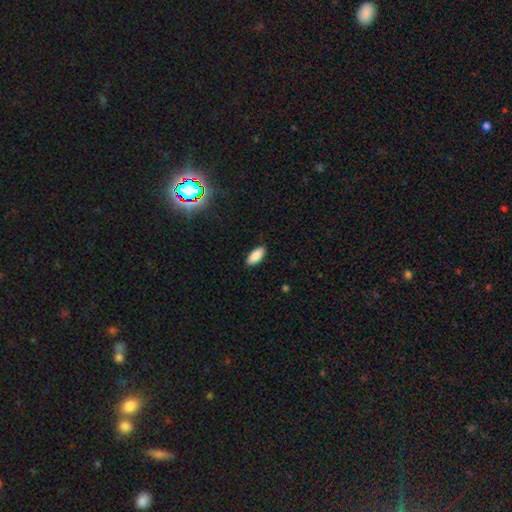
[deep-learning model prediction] A smooth galaxy with no disk features (89%) that is in between round and cigar-shaped (87%). Merging: none (87%).